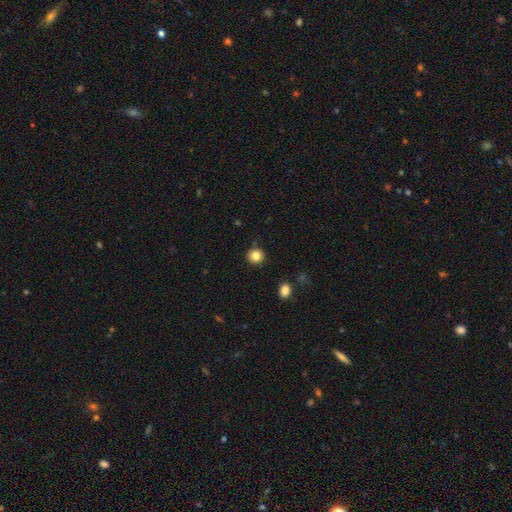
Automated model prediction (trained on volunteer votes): Smooth or featured: smooth — 84% (star or artifact — 11%)
How rounded: round — 90% (in between — 9%)
Merging: none — 90% (minor disturbance — 7%)